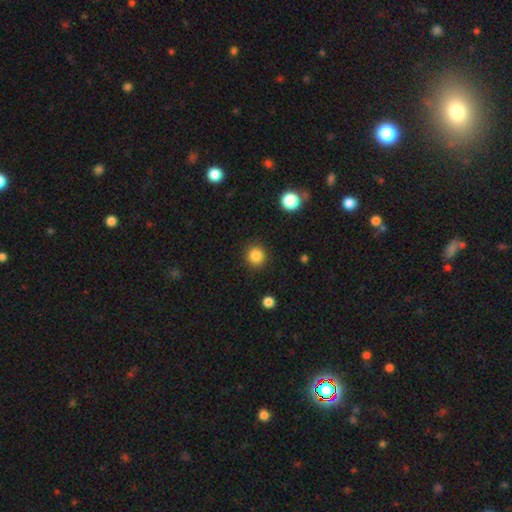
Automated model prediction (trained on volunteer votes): Smooth or featured? smooth (85%)
How rounded? round (94%)
Merging? none (90%)